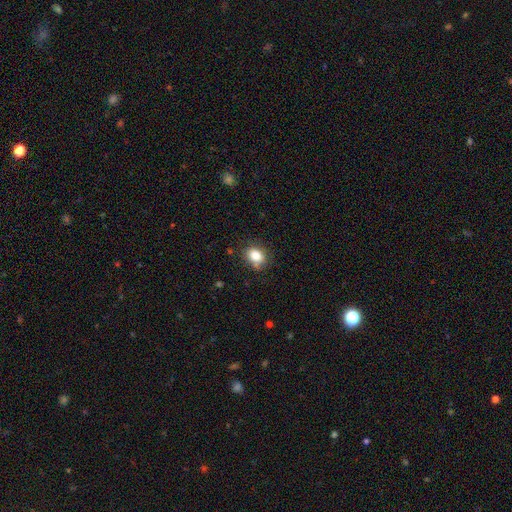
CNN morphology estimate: This is clearly a smooth galaxy (83%). How rounded: possibly in between (59%). Merging: likely none (75%).